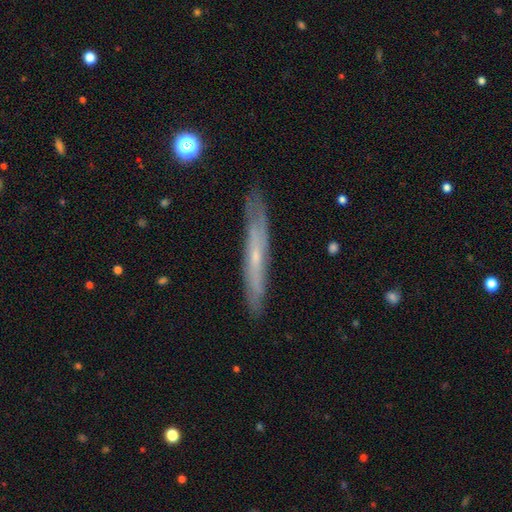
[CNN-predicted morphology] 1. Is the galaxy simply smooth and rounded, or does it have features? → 61% featured or disk, 32% smooth, 7% star or artifact.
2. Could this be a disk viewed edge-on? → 80% yes, 20% no.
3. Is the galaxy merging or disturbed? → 83% none, 14% minor disturbance, 2% major disturbance, 1% merger.